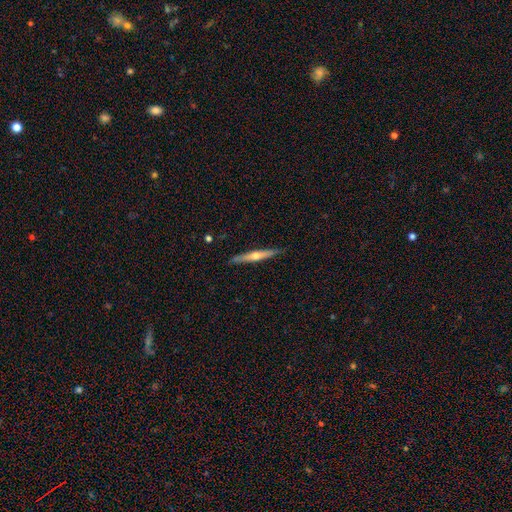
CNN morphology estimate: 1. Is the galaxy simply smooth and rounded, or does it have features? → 60% featured or disk, 35% smooth, 6% star or artifact.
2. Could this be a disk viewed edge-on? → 96% yes, 4% no.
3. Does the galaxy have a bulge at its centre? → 87% rounded, 11% none, 3% boxy.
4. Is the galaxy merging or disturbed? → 89% none, 9% minor disturbance, 2% major disturbance, 1% merger.